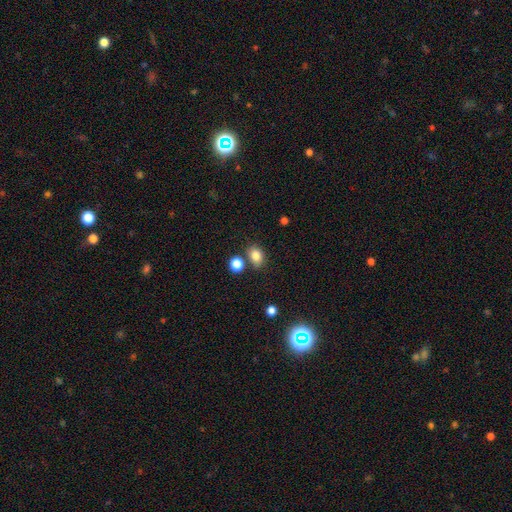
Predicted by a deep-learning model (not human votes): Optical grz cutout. It shows a smooth galaxy with no disk features (82%) that is in between round and cigar-shaped (63%). Merging: none (72%).